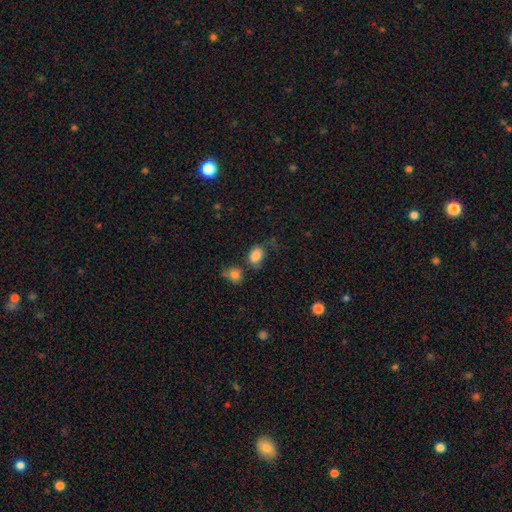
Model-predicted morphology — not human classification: A smooth galaxy with no disk features (84%) that is in between round and cigar-shaped (65%). Merging: none (46%).